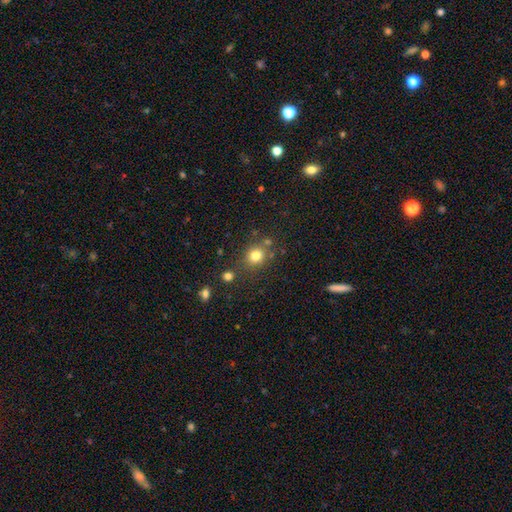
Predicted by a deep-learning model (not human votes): Smooth or featured: smooth — 79% (star or artifact — 14%)
How rounded: round — 81% (in between — 18%)
Merging: none — 76% (minor disturbance — 11%)